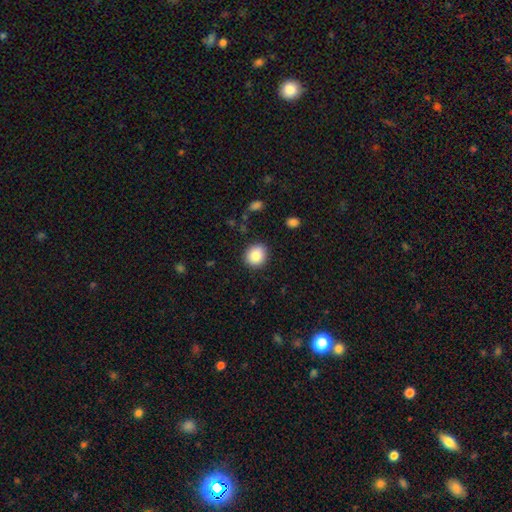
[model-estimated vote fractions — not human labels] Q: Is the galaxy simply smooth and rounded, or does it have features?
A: smooth — 86%.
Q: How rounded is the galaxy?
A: round — 81%.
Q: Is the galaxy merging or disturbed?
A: none — 89%.